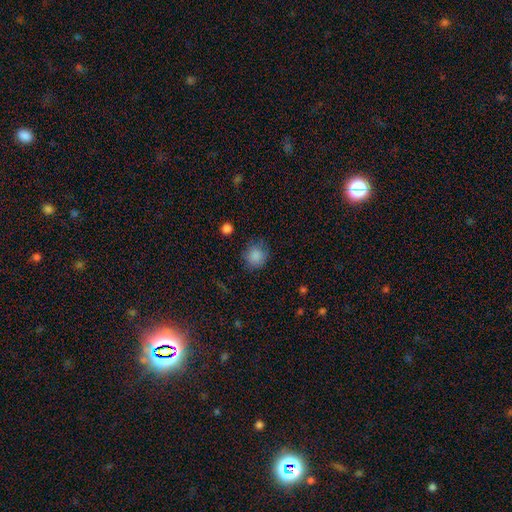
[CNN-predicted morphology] The model was most divided on "merging": none: 81%, minor disturbance: 14%, major disturbance: 4%, merger: 1%. More confident: how rounded — round (88%); smooth or featured — smooth (86%).